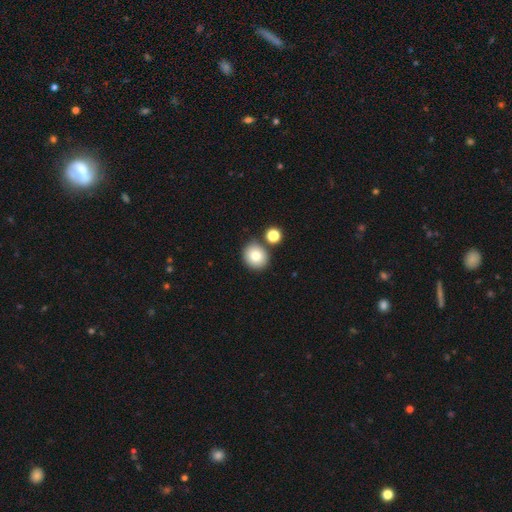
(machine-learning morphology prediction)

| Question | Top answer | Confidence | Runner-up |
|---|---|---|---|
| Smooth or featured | smooth | 82% | star or artifact (10%) |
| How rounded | round | 81% | in between (18%) |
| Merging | none | 77% | merger (12%) |